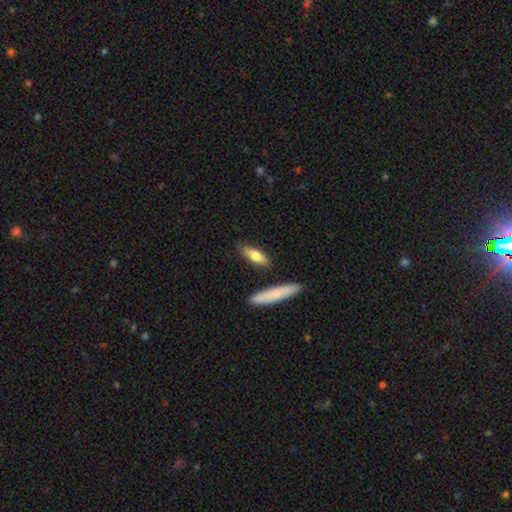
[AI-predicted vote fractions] Smooth or featured?
  - smooth: 70% *
  - featured or disk: 24%
  - star or artifact: 6%
How rounded?
  - in between: 50% *
  - cigar-shaped: 48%
  - round: 3%
Merging?
  - none: 81% *
  - minor disturbance: 11%
  - merger: 5%
  - major disturbance: 2%